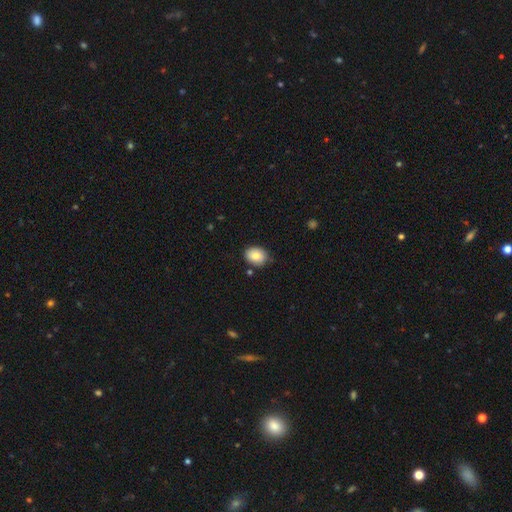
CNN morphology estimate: smooth-or-featured: smooth: 81% | featured or disk: 11% | star or artifact: 8%
  how-rounded: in between: 59% | round: 40% | cigar-shaped: 1%
  merging: none: 78% | minor disturbance: 16% | merger: 3% | major disturbance: 3%